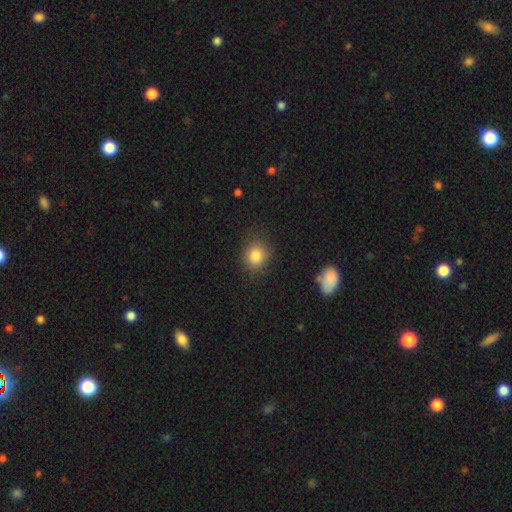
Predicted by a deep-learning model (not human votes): Smooth or featured: smooth — 84% (star or artifact — 10%)
How rounded: round — 75% (in between — 24%)
Merging: none — 80% (minor disturbance — 14%)